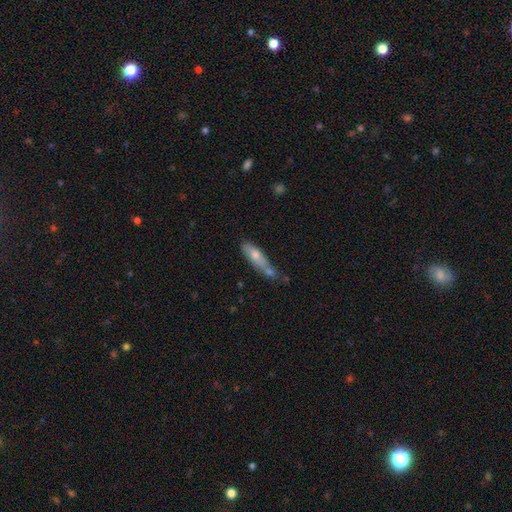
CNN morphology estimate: Smooth or featured?
  - smooth: 66% *
  - featured or disk: 27%
  - star or artifact: 7%
How rounded?
  - cigar-shaped: 62% *
  - in between: 35%
  - round: 3%
Merging?
  - none: 36% *
  - merger: 33%
  - minor disturbance: 22%
  - major disturbance: 9%